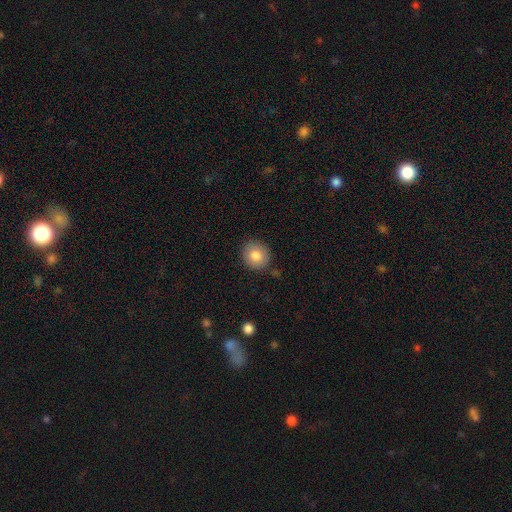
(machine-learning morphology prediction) A smooth galaxy with no disk features (83%) that is round (84%). Merging: none (86%).